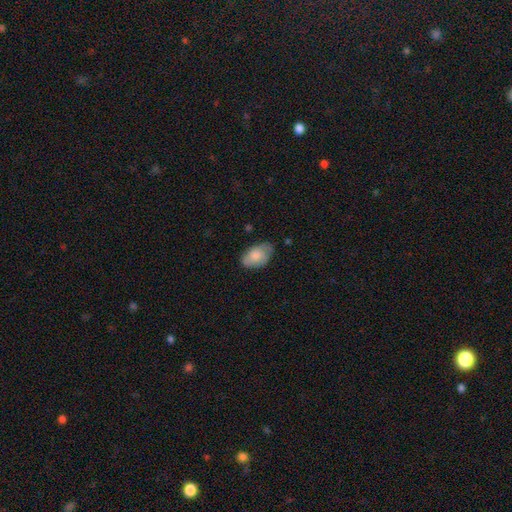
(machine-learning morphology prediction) smooth_or_featured: smooth (p=0.76) [alt: featured or disk p=0.17]
how_rounded: in between (p=0.93) [alt: round p=0.05]
merging: none (p=0.68) [alt: minor disturbance p=0.26]